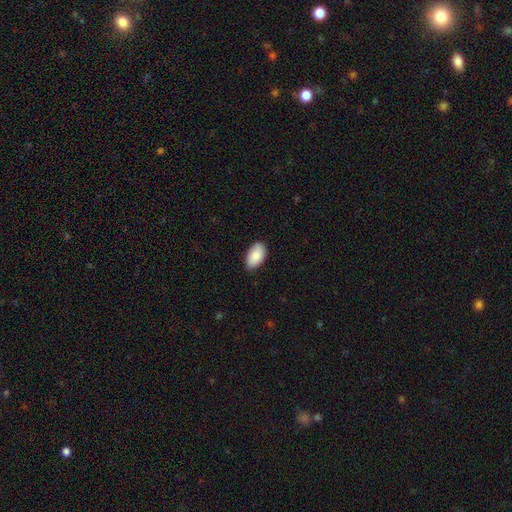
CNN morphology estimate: The model was most divided on "merging": none: 80%, minor disturbance: 17%, major disturbance: 2%, merger: 1%. More confident: how rounded — in between (95%); smooth or featured — smooth (89%).